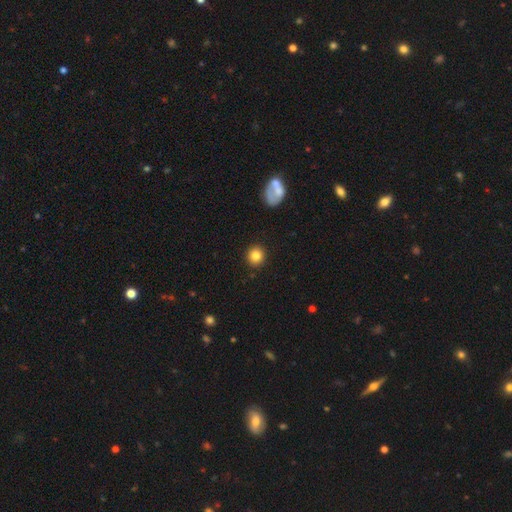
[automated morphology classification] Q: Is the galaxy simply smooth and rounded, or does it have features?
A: smooth — 84%.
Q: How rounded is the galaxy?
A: round — 92%.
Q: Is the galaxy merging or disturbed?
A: none — 92%.